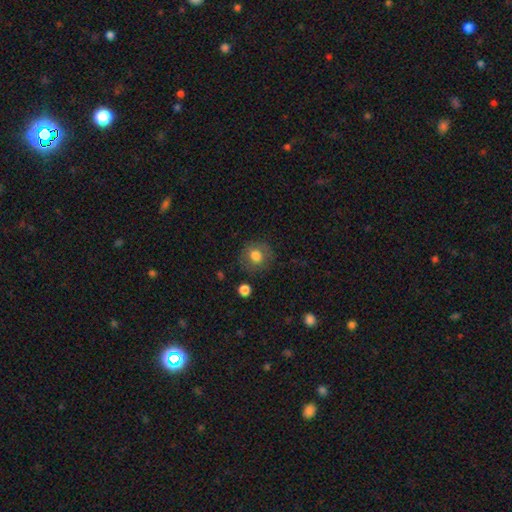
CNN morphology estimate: type=smooth (77%); roundness=round (82%); merging=none (80%).